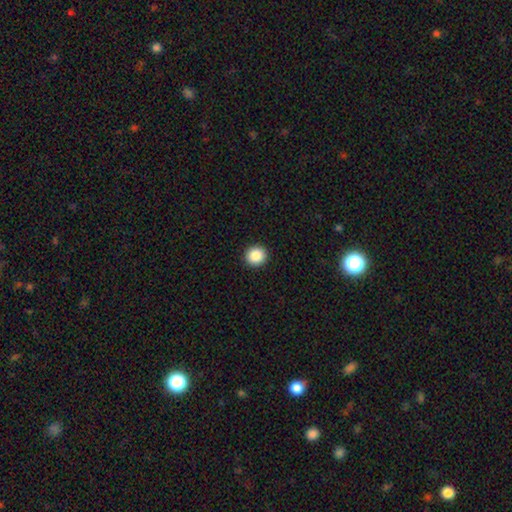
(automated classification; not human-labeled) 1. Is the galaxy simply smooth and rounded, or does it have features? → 87% smooth, 9% star or artifact, 3% featured or disk.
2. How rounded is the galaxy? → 92% round, 7% in between, 1% cigar-shaped.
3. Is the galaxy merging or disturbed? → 93% none, 4% minor disturbance, 1% major disturbance, 1% merger.